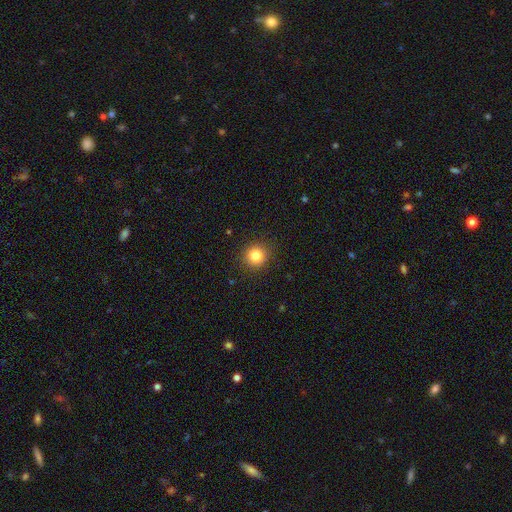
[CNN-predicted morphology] This appears to be a smooth galaxy with no disk features (83%) that is round (92%). Merging: none (91%).